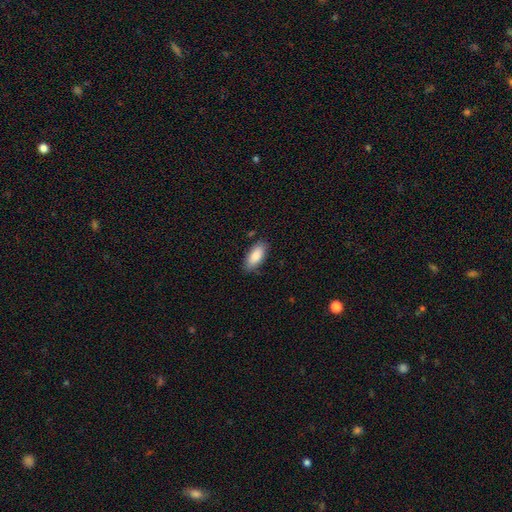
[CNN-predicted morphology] Smooth or featured? smooth (86%)
How rounded? in between (88%)
Merging? none (83%)